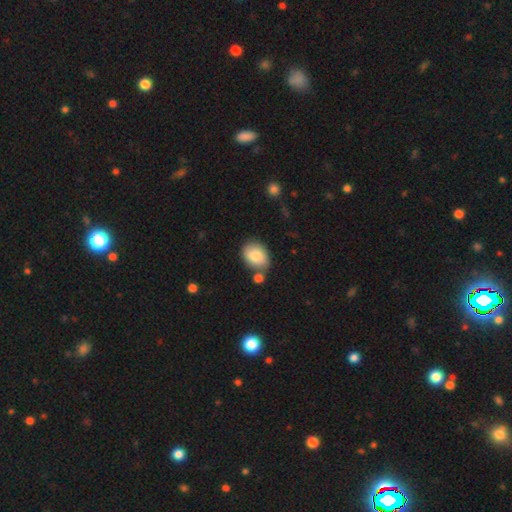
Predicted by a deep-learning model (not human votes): A smooth galaxy with no disk features (83%) that is in between round and cigar-shaped (72%).

Vote fractions:
- Smooth or featured? smooth: 83% / featured or disk: 10% / star or artifact: 7%
- How rounded? in between: 72% / round: 27% / cigar-shaped: 1%
- Merging? none: 69% / minor disturbance: 16% / merger: 11% / major disturbance: 4%